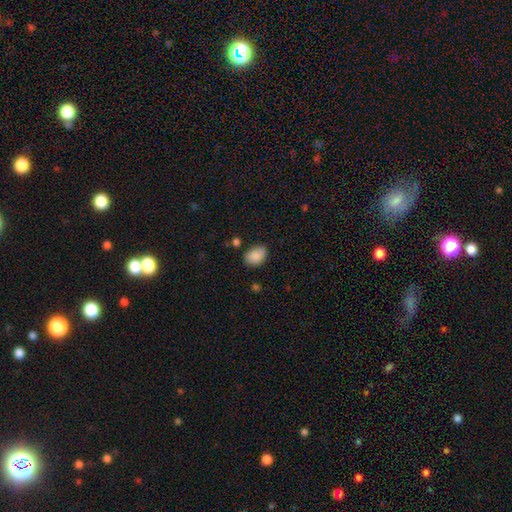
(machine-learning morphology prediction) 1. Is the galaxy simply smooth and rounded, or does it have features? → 88% smooth, 8% star or artifact, 5% featured or disk.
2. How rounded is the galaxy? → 80% in between, 19% round, 1% cigar-shaped.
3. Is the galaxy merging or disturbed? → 76% none, 18% minor disturbance, 4% major disturbance, 3% merger.